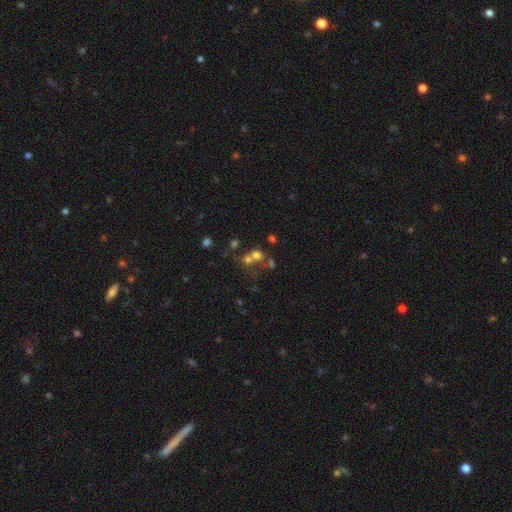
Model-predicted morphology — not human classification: The model was most divided on "merging": merger: 45%, none: 41%, minor disturbance: 8%, major disturbance: 6%. More confident: how rounded — round (78%); smooth or featured — smooth (59%).